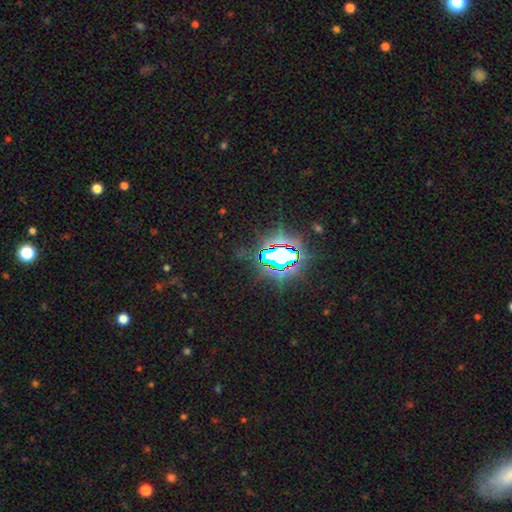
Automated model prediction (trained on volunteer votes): Smooth or featured? star or artifact (84%)